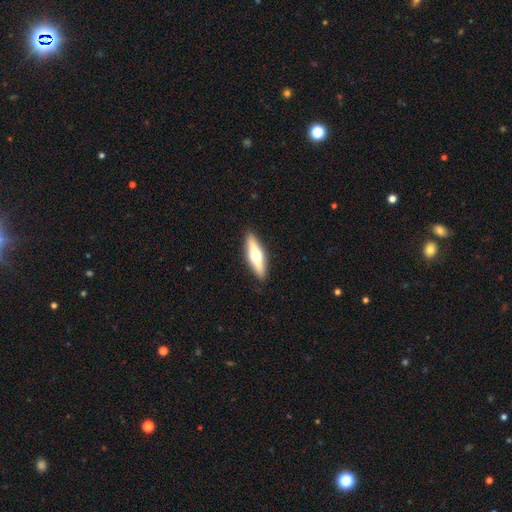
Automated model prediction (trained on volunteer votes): Smooth or featured?
  - featured or disk: 56% *
  - smooth: 38%
  - star or artifact: 5%
Edge-on disk?
  - yes: 93% *
  - no: 7%
Edge-on bulge?
  - rounded: 96% *
  - boxy: 2%
  - none: 2%
Merging?
  - none: 91% *
  - minor disturbance: 7%
  - major disturbance: 2%
  - merger: 1%